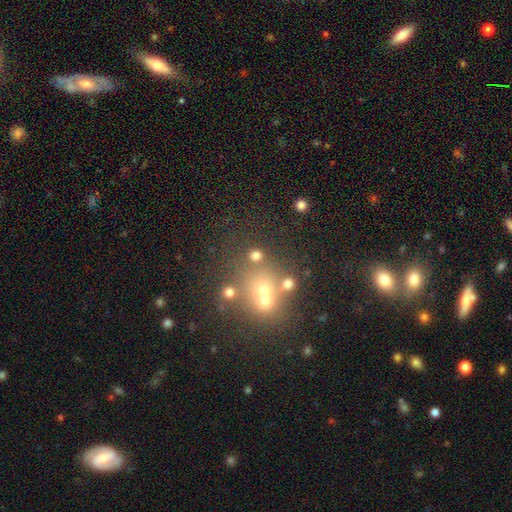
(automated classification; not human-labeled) This is likely a smooth galaxy (68%). How rounded: clearly round (85%). Merging: likely none (66%).